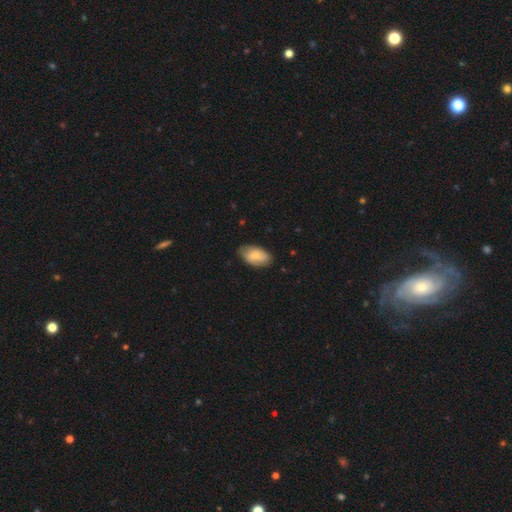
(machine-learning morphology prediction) Smooth or featured: smooth — 75% (featured or disk — 19%)
How rounded: in between — 94% (round — 4%)
Merging: none — 70% (minor disturbance — 24%)